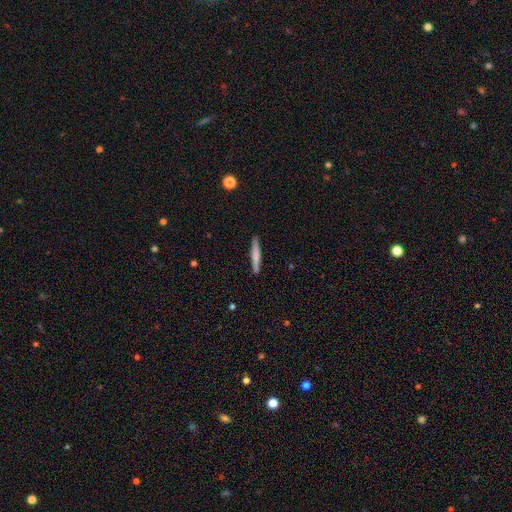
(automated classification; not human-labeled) Smooth or featured? smooth (71%)
How rounded? cigar-shaped (95%)
Merging? none (90%)